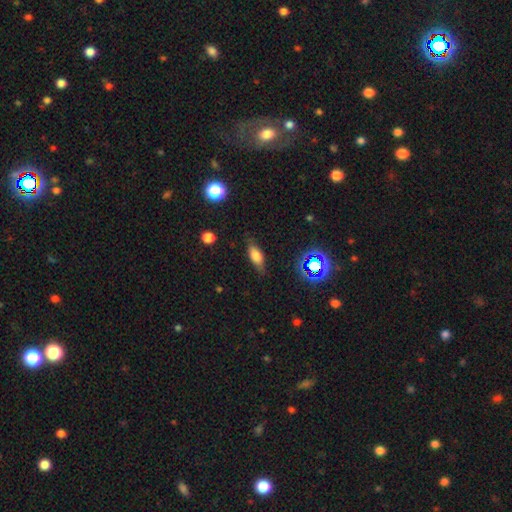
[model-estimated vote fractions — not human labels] Morphology: type=smooth (66%); roundness=in between (69%); merging=none (79%).